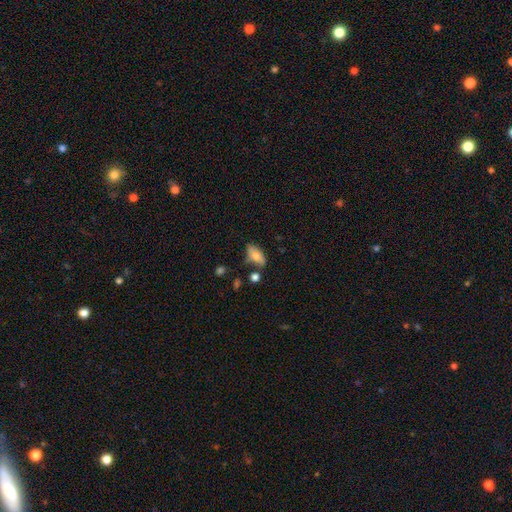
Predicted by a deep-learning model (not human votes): Q: Smooth or featured?
A: smooth (75%); runner-up: featured or disk (17%)
Q: How rounded?
A: in between (84%); runner-up: cigar-shaped (12%)
Q: Merging?
A: none (60%); runner-up: minor disturbance (25%)